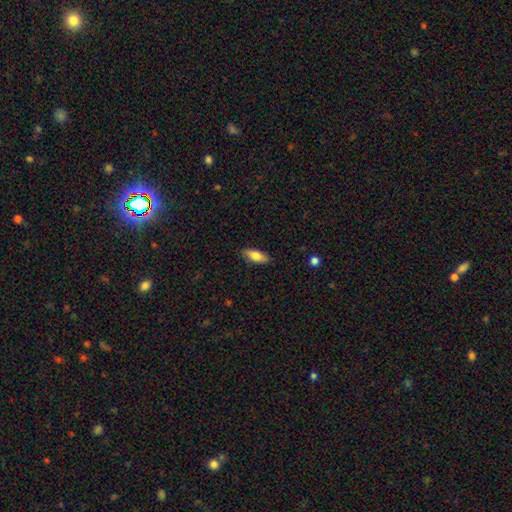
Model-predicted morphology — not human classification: smooth_or_featured: smooth (p=0.79) [alt: featured or disk p=0.14]
how_rounded: in between (p=0.74) [alt: cigar-shaped p=0.23]
merging: none (p=0.86) [alt: minor disturbance p=0.11]